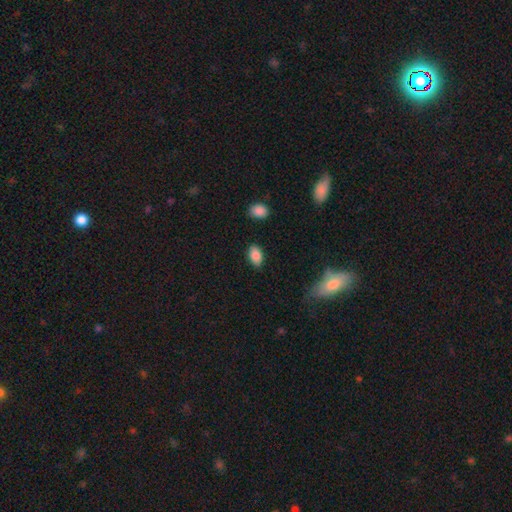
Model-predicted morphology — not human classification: This appears to be a smooth galaxy with no disk features (87%) that is in between round and cigar-shaped (92%). Merging: none (85%).